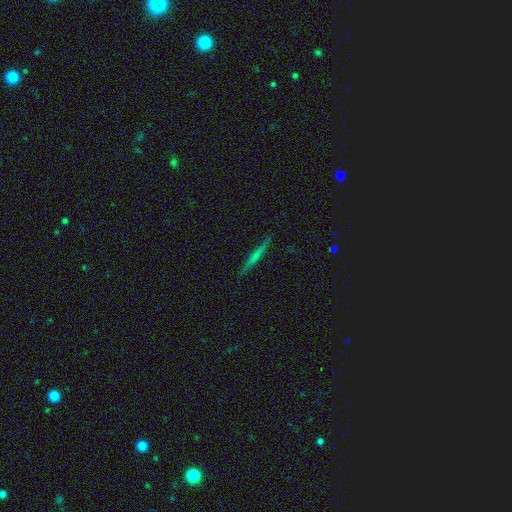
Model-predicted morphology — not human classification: This appears to be a featured or disk galaxy (49%). Merging: none (88%).